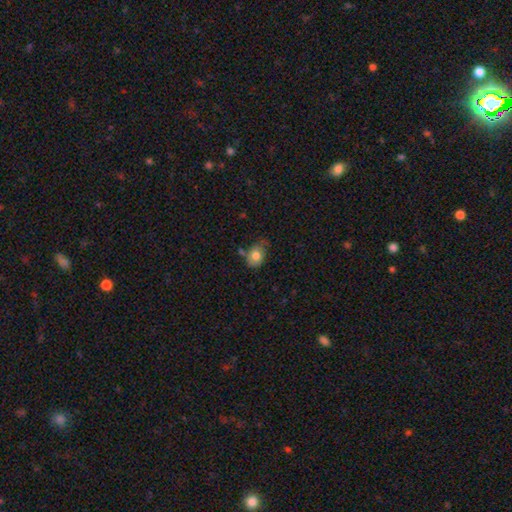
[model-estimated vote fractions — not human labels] smooth-or-featured: smooth: 77% | featured or disk: 14% | star or artifact: 9%
  how-rounded: in between: 67% | round: 32% | cigar-shaped: 1%
  merging: none: 55% | minor disturbance: 30% | merger: 8% | major disturbance: 7%